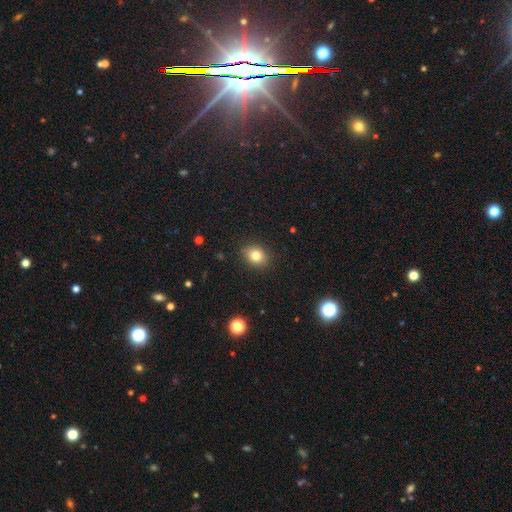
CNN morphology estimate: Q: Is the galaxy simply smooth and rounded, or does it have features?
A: smooth — 82%.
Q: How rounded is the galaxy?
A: round — 50%.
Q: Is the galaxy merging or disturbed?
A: none — 88%.